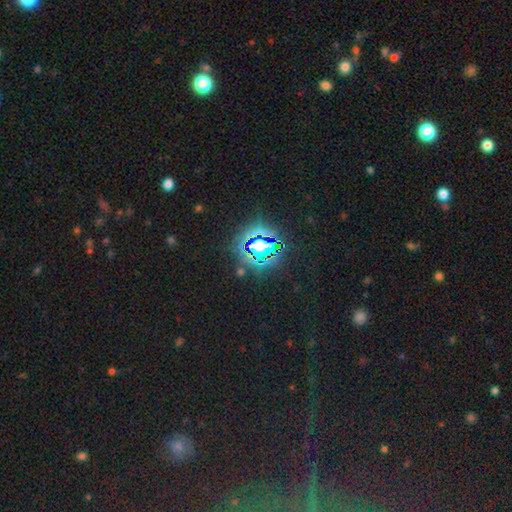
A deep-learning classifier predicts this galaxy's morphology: Smooth or featured?
  - star or artifact: 80% *
  - smooth: 13%
  - featured or disk: 7%